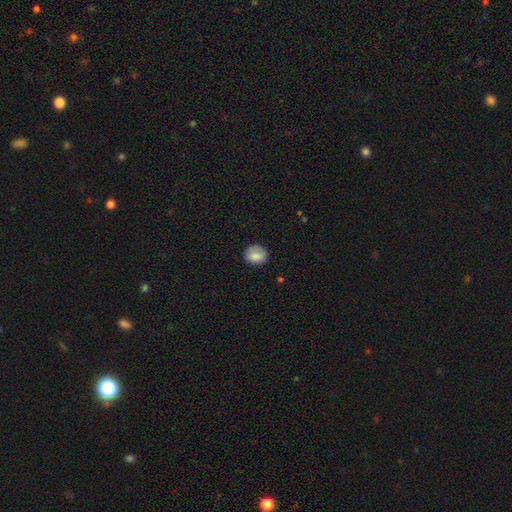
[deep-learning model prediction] Overall: smooth (84%). How rounded: round (65%; in between 34%). Merging: none (77%).